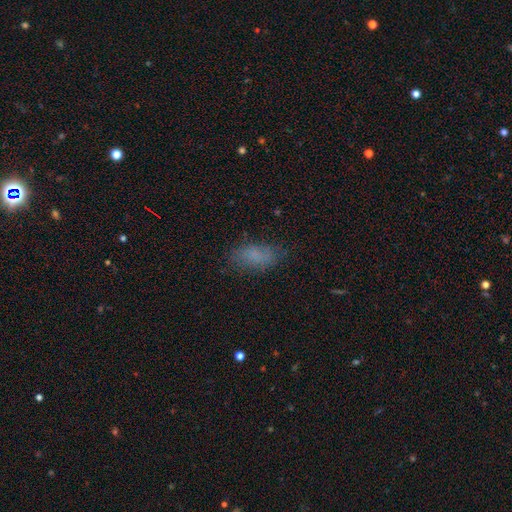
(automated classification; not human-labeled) smooth-or-featured: smooth: 75% | featured or disk: 14% | star or artifact: 11%
  how-rounded: in between: 88% | cigar-shaped: 8% | round: 4%
  merging: none: 73% | minor disturbance: 19% | major disturbance: 7% | merger: 1%